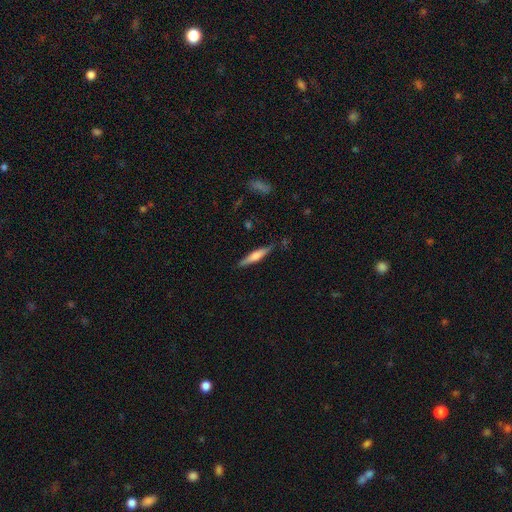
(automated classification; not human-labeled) Smooth or featured: smooth — 52% (featured or disk — 41%)
How rounded: cigar-shaped — 85% (in between — 13%)
Merging: none — 84% (minor disturbance — 12%)